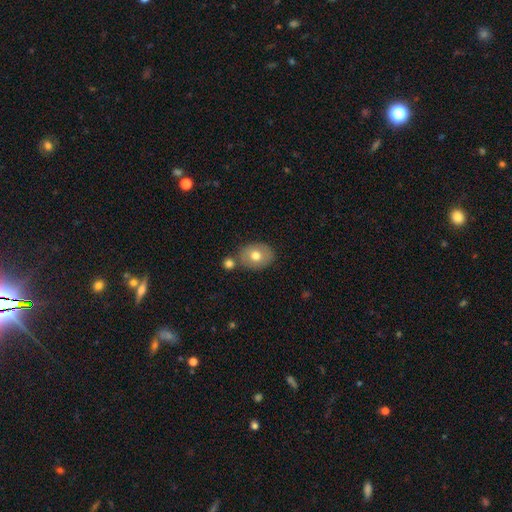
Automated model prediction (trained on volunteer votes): This appears to be a smooth galaxy with no disk features (73%) that is in between round and cigar-shaped (59%). Merging: none (67%).